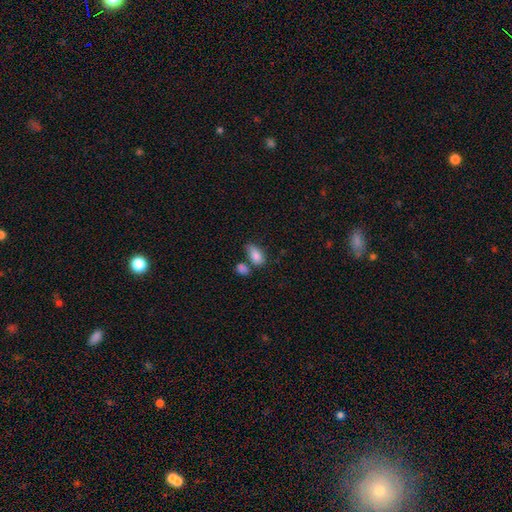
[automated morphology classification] Q: Smooth or featured?
A: smooth (84%); runner-up: featured or disk (8%)
Q: How rounded?
A: in between (91%); runner-up: round (6%)
Q: Merging?
A: none (43%); runner-up: merger (30%)